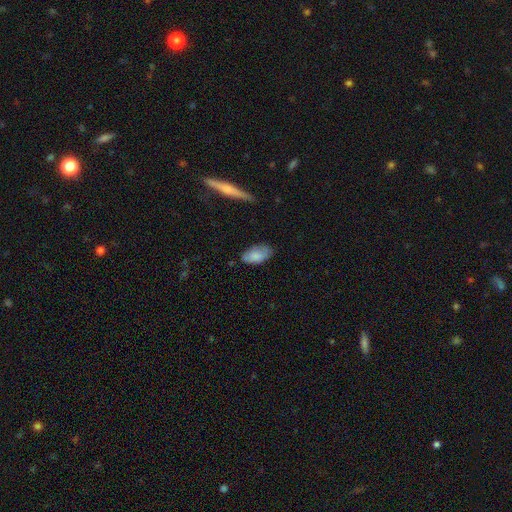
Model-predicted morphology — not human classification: A smooth galaxy with no disk features (81%) that is in between round and cigar-shaped (93%).

Vote fractions:
- Smooth or featured? smooth: 81% / featured or disk: 12% / star or artifact: 7%
- How rounded? in between: 93% / cigar-shaped: 4% / round: 3%
- Merging? none: 71% / minor disturbance: 23% / major disturbance: 4% / merger: 2%